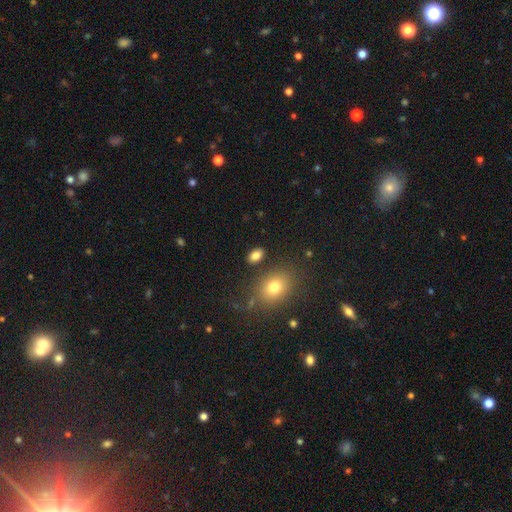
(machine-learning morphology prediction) A smooth galaxy with no disk features (83%) that is in between round and cigar-shaped (88%). Merging: none (83%).